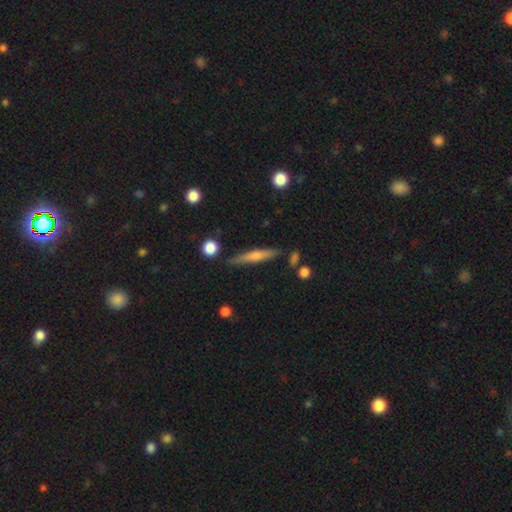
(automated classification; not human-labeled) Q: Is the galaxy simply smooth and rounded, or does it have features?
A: featured or disk — 60%.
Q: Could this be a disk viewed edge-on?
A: yes — 96%.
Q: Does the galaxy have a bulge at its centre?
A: rounded — 71%.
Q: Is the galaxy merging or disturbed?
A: none — 85%.